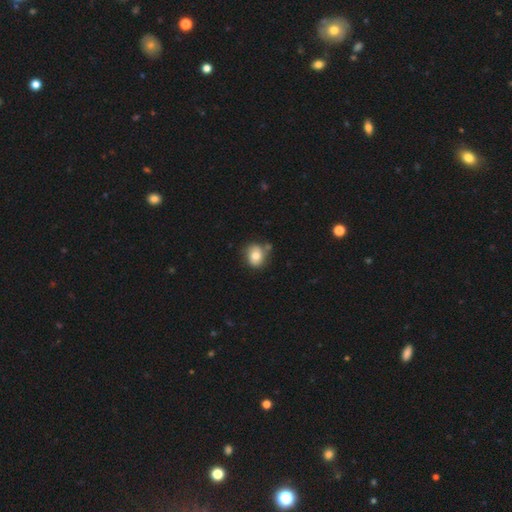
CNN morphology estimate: The model was most divided on "how rounded": round: 69%, in between: 30%, cigar-shaped: 1%. More confident: smooth or featured — smooth (77%); merging — none (64%).